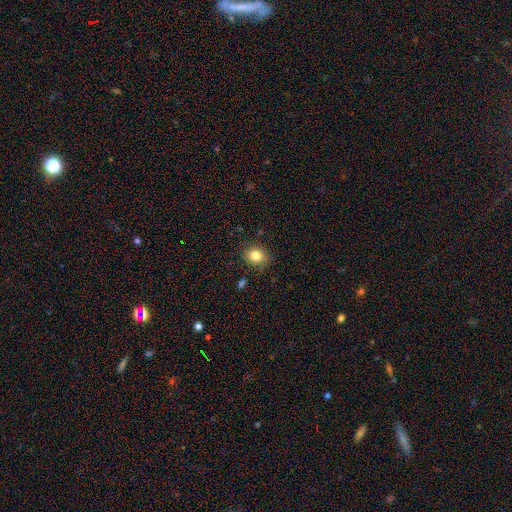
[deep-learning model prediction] Smooth or featured? Predicted: smooth (p=0.82). How rounded? Predicted: round (p=0.59). Merging? Predicted: none (p=0.84).